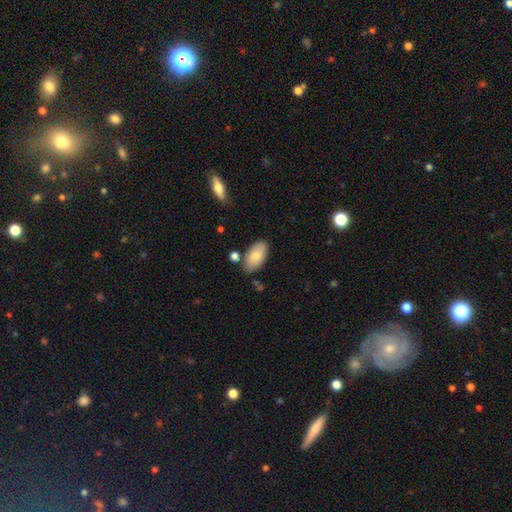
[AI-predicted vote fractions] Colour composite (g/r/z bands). It shows a smooth galaxy with no disk features (81%) that is in between round and cigar-shaped (95%). Merging: none (78%).